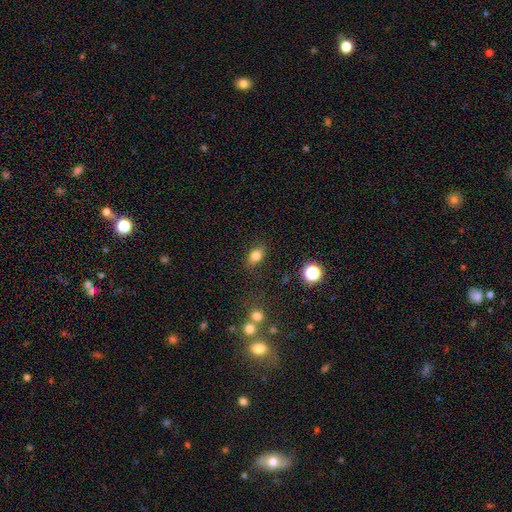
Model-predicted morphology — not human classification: Q: Smooth or featured?
A: smooth (81%); runner-up: star or artifact (11%)
Q: How rounded?
A: in between (78%); runner-up: round (20%)
Q: Merging?
A: none (81%); runner-up: minor disturbance (12%)